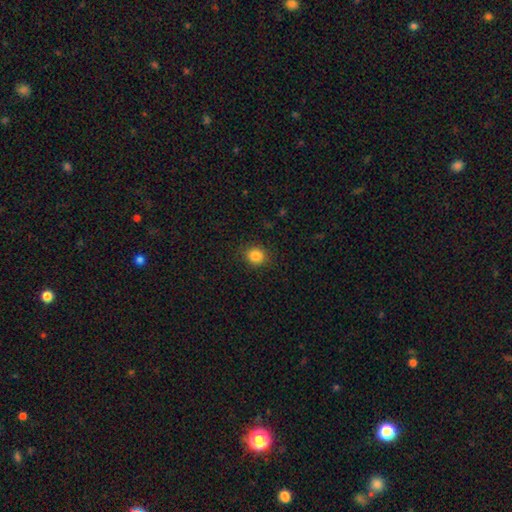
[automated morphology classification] A smooth galaxy with no disk features (85%) that is round (75%). Merging: none (88%).